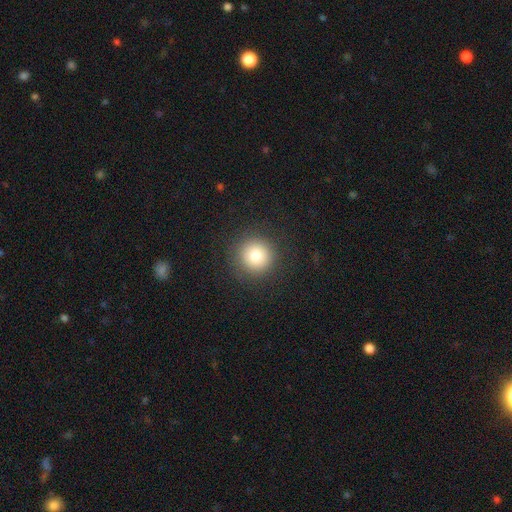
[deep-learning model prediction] Smooth or featured? smooth (80%)
How rounded? round (95%)
Merging? none (90%)